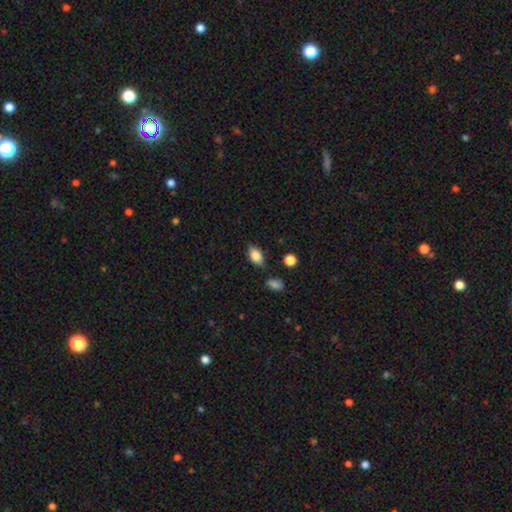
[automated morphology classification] A smooth galaxy with no disk features (85%) that is in between round and cigar-shaped (88%).

Vote fractions:
- Smooth or featured? smooth: 85% / star or artifact: 8% / featured or disk: 7%
- How rounded? in between: 88% / round: 9% / cigar-shaped: 3%
- Merging? none: 77% / minor disturbance: 16% / major disturbance: 3% / merger: 3%